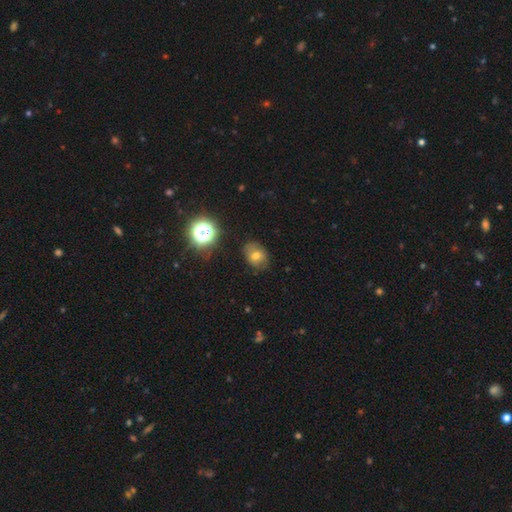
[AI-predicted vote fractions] A smooth galaxy with no disk features (66%) that is in between round and cigar-shaped (55%).

Vote fractions:
- Smooth or featured? smooth: 66% / featured or disk: 18% / star or artifact: 16%
- How rounded? in between: 55% / round: 44% / cigar-shaped: 1%
- Merging? none: 73% / minor disturbance: 19% / major disturbance: 6% / merger: 2%